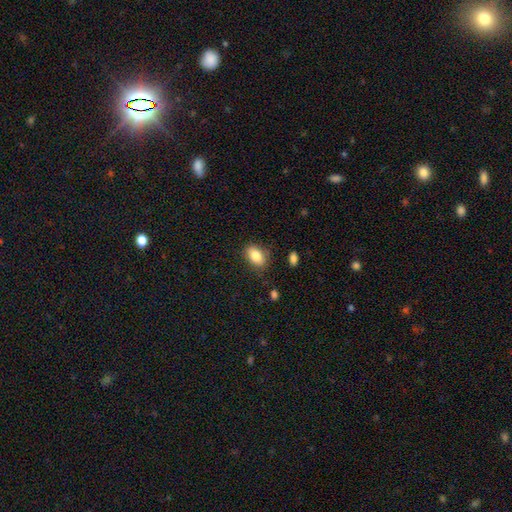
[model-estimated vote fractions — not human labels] smooth-or-featured: smooth: 84% | star or artifact: 8% | featured or disk: 8%
  how-rounded: in between: 86% | round: 12% | cigar-shaped: 2%
  merging: none: 81% | minor disturbance: 13% | major disturbance: 3% | merger: 2%